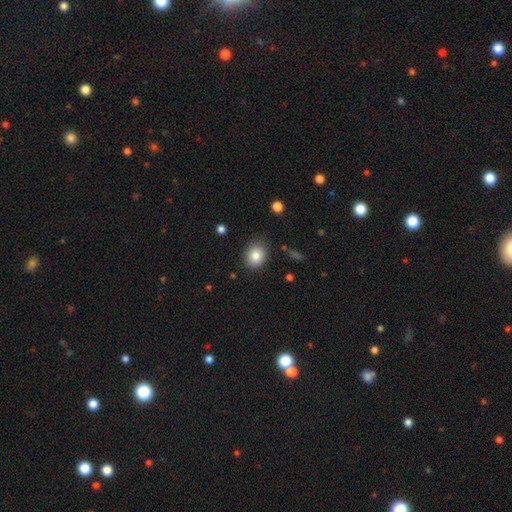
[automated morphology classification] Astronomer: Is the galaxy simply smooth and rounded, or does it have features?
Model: smooth — 84%.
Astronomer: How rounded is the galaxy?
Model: round — 54% (runner-up: in between, 46%).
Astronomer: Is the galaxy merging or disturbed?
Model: none — 84%.